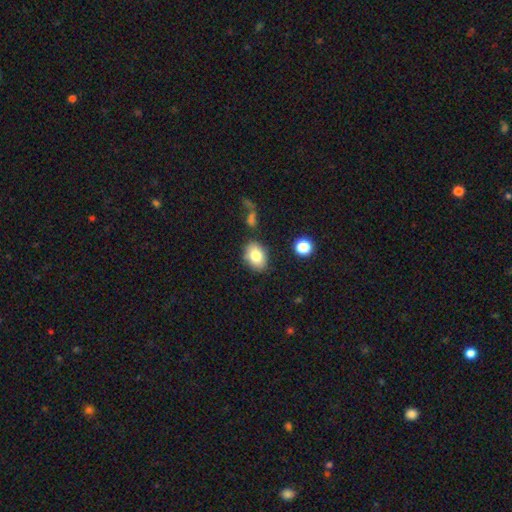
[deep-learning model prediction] Morphology: type=smooth (80%); roundness=in between (77%); merging=none (81%).